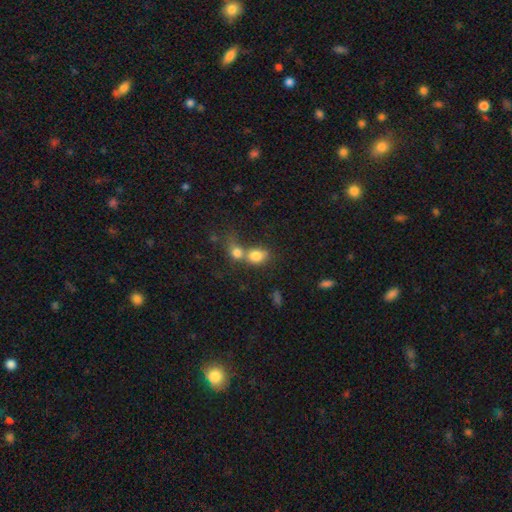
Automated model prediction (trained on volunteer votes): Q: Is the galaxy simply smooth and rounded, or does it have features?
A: smooth — 79%.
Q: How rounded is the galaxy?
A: in between — 55%.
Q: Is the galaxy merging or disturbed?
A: merger — 63%.